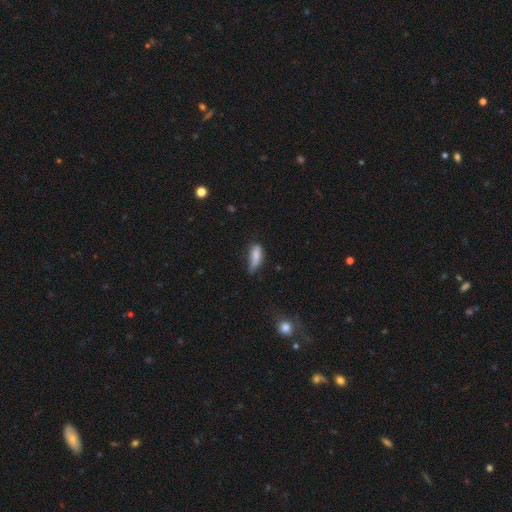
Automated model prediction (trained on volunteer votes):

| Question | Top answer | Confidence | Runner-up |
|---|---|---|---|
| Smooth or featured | smooth | 81% | featured or disk (12%) |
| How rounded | in between | 65% | cigar-shaped (32%) |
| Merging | minor disturbance | 44% | none (39%) |